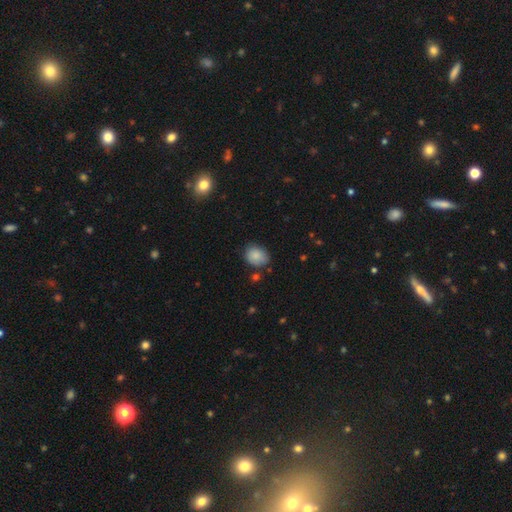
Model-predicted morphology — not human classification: This appears to be a smooth galaxy with no disk features (86%) that is in between round and cigar-shaped (50%). Merging: none (72%).